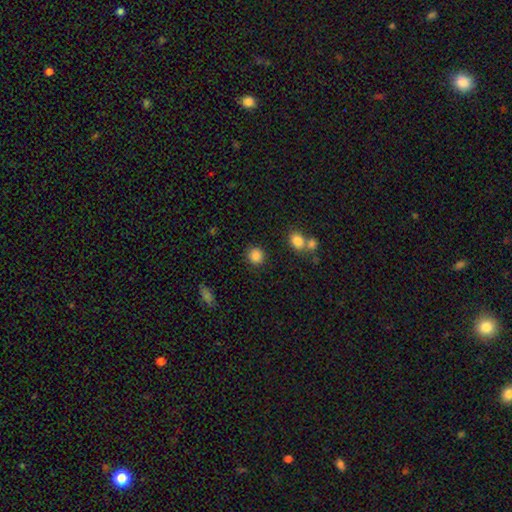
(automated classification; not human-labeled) smooth_or_featured: smooth (p=0.86) [alt: star or artifact p=0.10]
how_rounded: round (p=0.87) [alt: in between p=0.12]
merging: none (p=0.86) [alt: minor disturbance p=0.07]